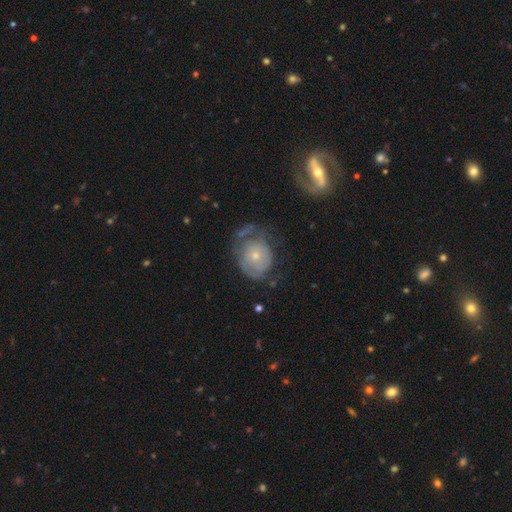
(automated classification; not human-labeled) Smooth or featured? featured or disk (56%)
Edge-on disk? no (96%)
Bar? no (85%)
Spiral arms? yes (61%)
Bulge size? small (66%)
Merging? none (40%)